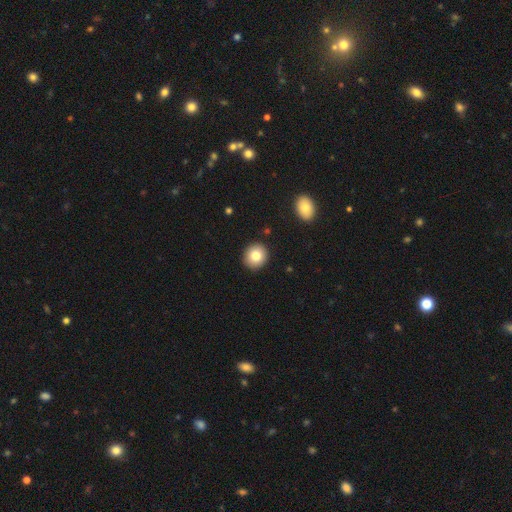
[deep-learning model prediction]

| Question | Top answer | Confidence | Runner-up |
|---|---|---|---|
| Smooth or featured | smooth | 80% | featured or disk (10%) |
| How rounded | round | 85% | in between (14%) |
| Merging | none | 91% | minor disturbance (6%) |